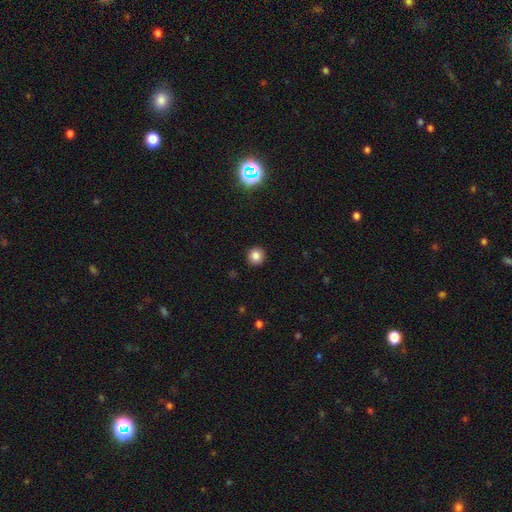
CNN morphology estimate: Q: Smooth or featured?
A: smooth (85%); runner-up: star or artifact (11%)
Q: How rounded?
A: round (93%); runner-up: in between (6%)
Q: Merging?
A: none (93%); runner-up: minor disturbance (5%)